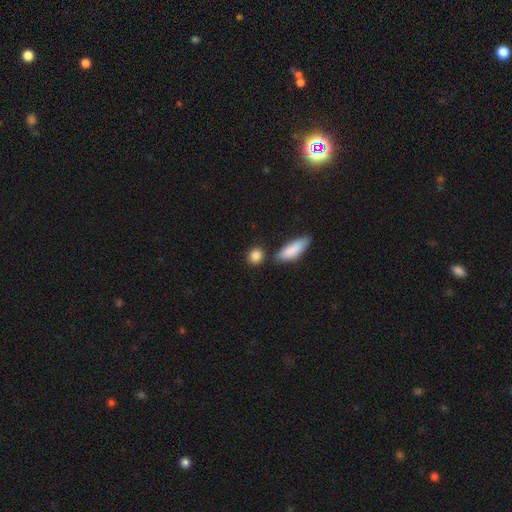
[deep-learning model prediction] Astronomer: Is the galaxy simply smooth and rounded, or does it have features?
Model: smooth — 87%.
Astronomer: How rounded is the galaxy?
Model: round — 69%.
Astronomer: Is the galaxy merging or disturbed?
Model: none — 73%.